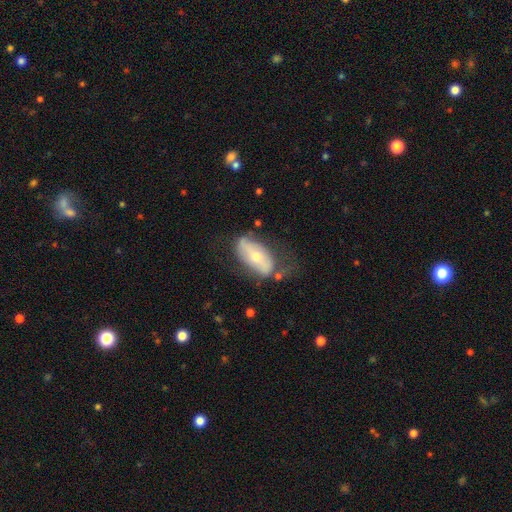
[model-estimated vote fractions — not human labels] Smooth or featured: featured or disk — 52% (smooth — 41%)
Edge-on disk: no — 82% (yes — 18%)
Merging: none — 51% (minor disturbance — 27%)